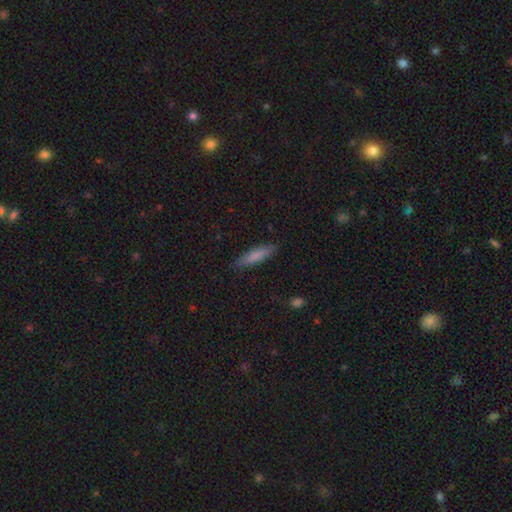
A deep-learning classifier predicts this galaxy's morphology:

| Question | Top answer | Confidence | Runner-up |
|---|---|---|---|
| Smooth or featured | smooth | 82% | featured or disk (12%) |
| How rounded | cigar-shaped | 77% | in between (22%) |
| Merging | none | 87% | minor disturbance (10%) |